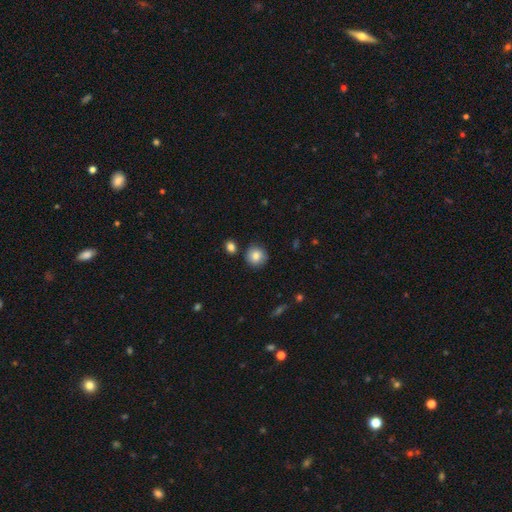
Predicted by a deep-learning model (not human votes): smooth_or_featured: smooth (p=0.83) [alt: star or artifact p=0.09]
how_rounded: round (p=0.93) [alt: in between p=0.06]
merging: none (p=0.86) [alt: minor disturbance p=0.08]